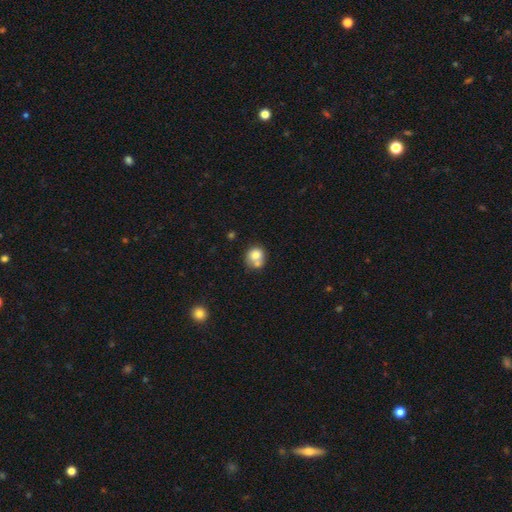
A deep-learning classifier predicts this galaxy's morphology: Smooth or featured? smooth (76%)
How rounded? round (75%)
Merging? none (40%, tied with merger)